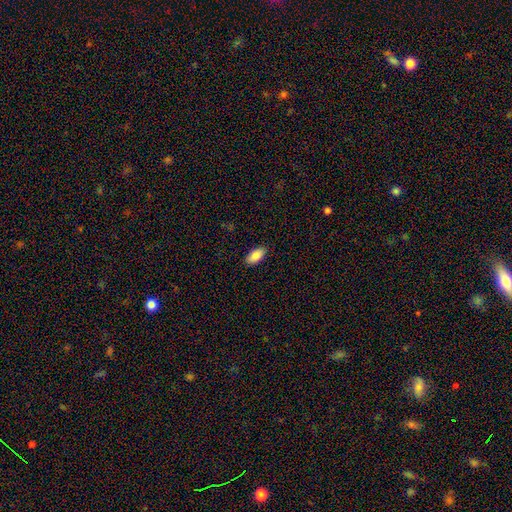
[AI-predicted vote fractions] The model was most divided on "smooth or featured": smooth: 86%, featured or disk: 7%, star or artifact: 7%. More confident: how rounded — in between (93%); merging — none (88%).